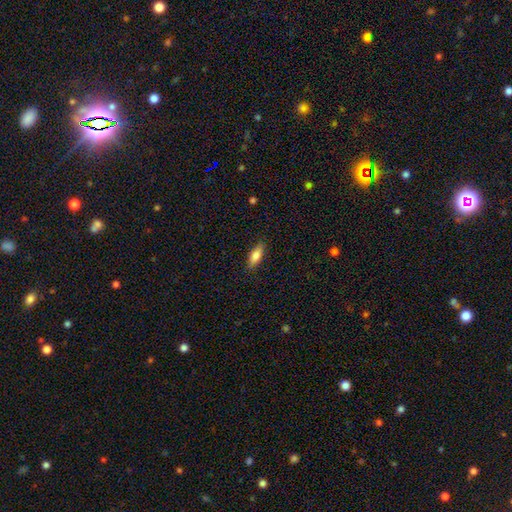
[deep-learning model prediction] A smooth galaxy with no disk features (82%) that is in between round and cigar-shaped (73%).

Vote fractions:
- Smooth or featured? smooth: 82% / featured or disk: 12% / star or artifact: 6%
- How rounded? in between: 73% / cigar-shaped: 25% / round: 2%
- Merging? none: 87% / minor disturbance: 10% / major disturbance: 2% / merger: 1%